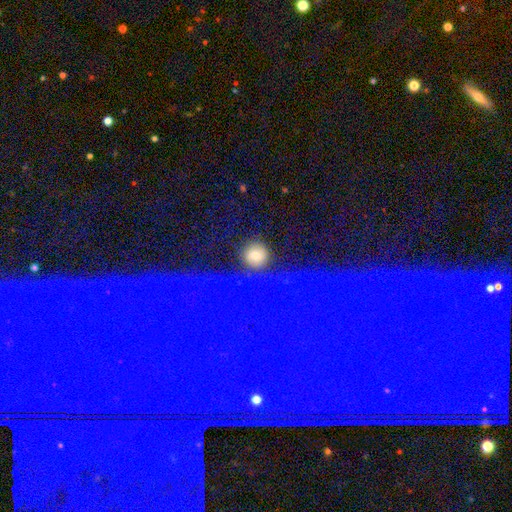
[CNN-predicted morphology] type=smooth (74%); roundness=round (91%); merging=none (79%).